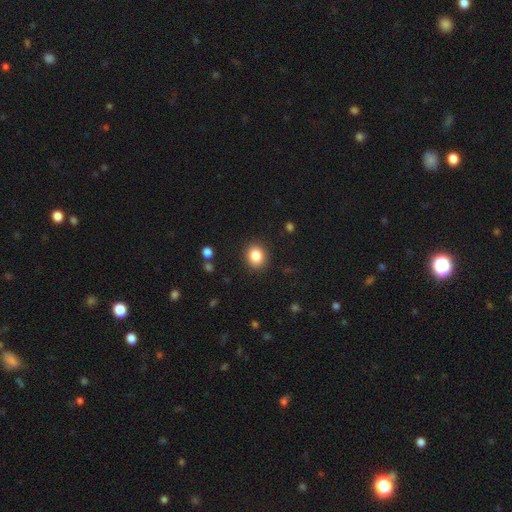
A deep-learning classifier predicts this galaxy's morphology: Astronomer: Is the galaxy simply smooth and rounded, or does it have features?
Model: smooth — 85%.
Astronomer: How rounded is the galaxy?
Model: round — 59% (runner-up: in between, 40%).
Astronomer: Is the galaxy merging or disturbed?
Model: none — 89%.